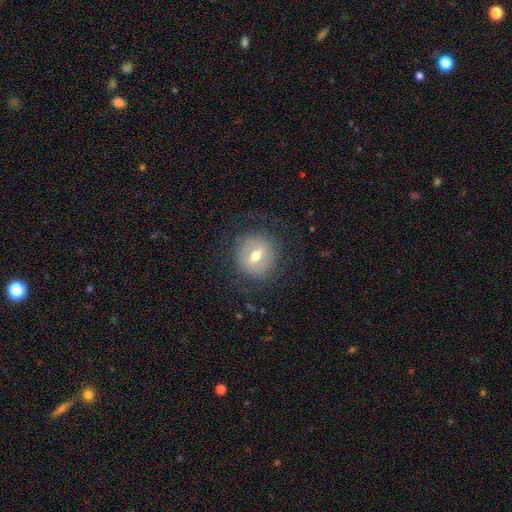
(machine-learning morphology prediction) Smooth or featured?
  - smooth: 46% *
  - featured or disk: 43%
  - star or artifact: 11%
Merging?
  - none: 80% *
  - minor disturbance: 12%
  - major disturbance: 7%
  - merger: 1%